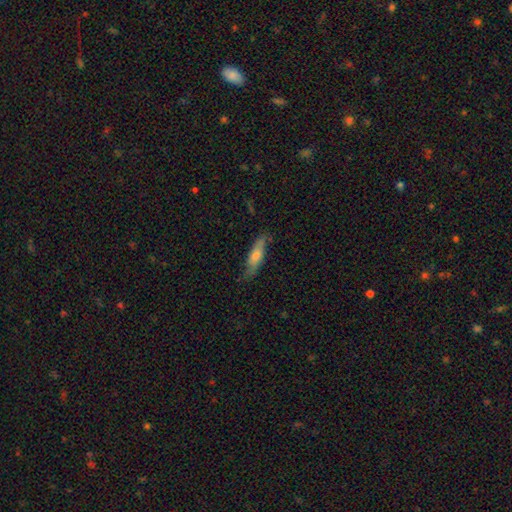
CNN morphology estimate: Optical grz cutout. It shows a smooth galaxy with no disk features (65%) that is cigar-shaped (56%). Merging: none (72%).